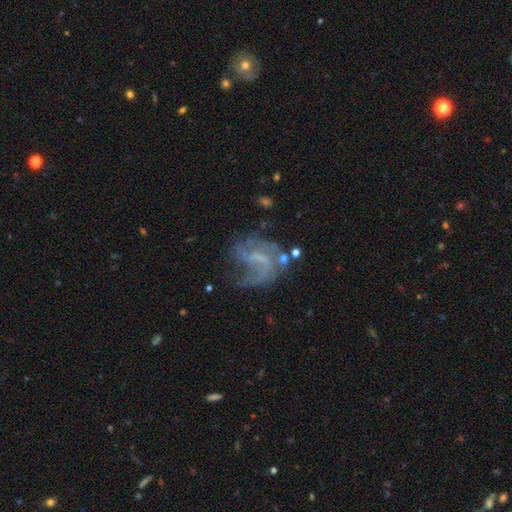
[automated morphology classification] A featured or disk galaxy (76%) with a weak bar (47%), 2 (30%) loose (51%) spiral arms (81%) and no central bulge (56%). Merging: none (40%).